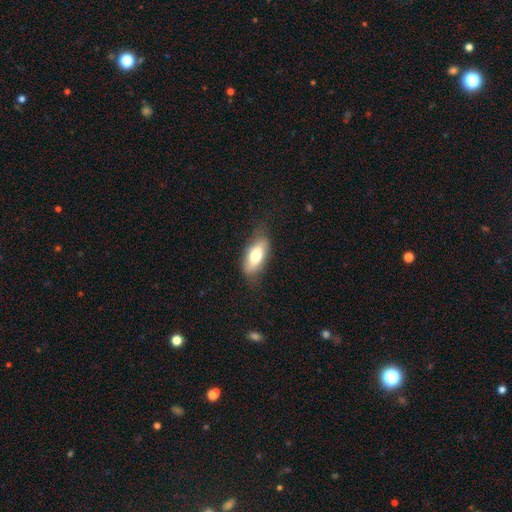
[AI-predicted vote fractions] This is likely a smooth galaxy (69%). How rounded: clearly in between (84%). Merging: likely none (72%).